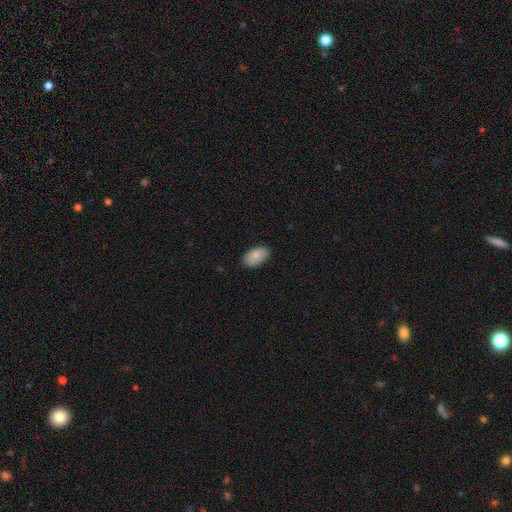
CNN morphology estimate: Smooth or featured?
  - smooth: 87% *
  - featured or disk: 7%
  - star or artifact: 6%
How rounded?
  - in between: 95% *
  - round: 4%
  - cigar-shaped: 2%
Merging?
  - none: 86% *
  - minor disturbance: 11%
  - major disturbance: 2%
  - merger: 1%